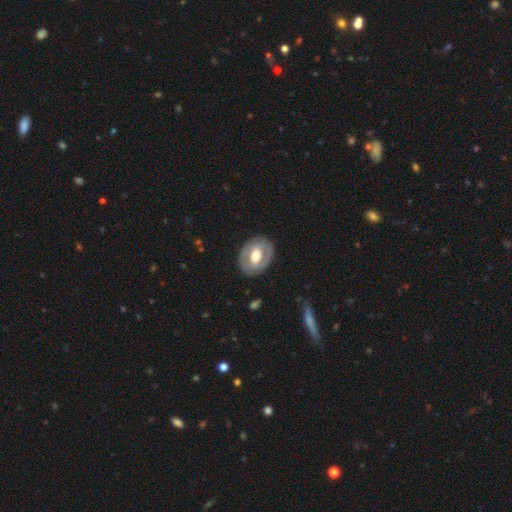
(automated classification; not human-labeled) The model was most divided on "smooth or featured": featured or disk: 49%, smooth: 46%, star or artifact: 5%. More confident: merging — none (84%).